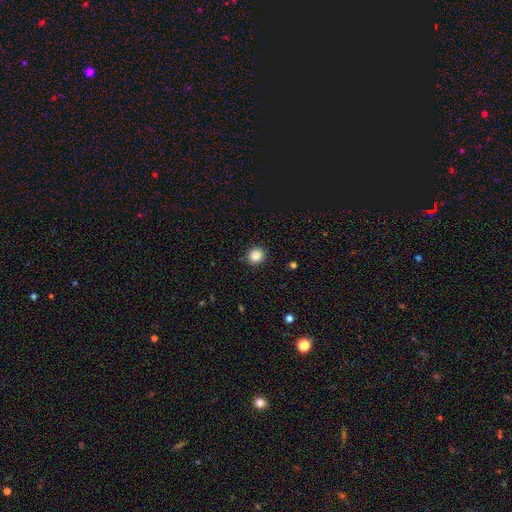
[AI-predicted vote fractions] Morphology: type=smooth (86%); roundness=round (91%); merging=none (91%).